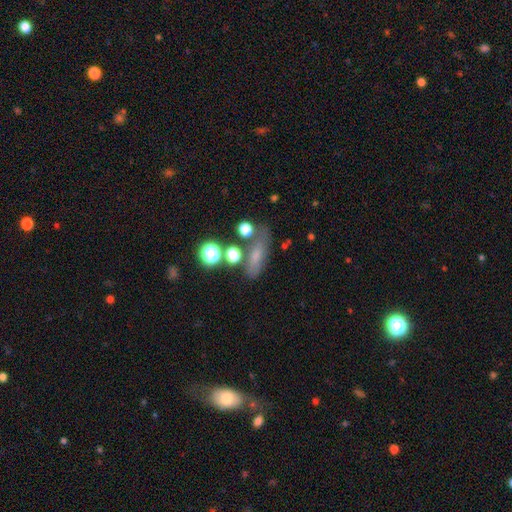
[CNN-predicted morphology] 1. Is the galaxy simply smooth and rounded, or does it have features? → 61% smooth, 22% featured or disk, 18% star or artifact.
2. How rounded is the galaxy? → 55% in between, 30% cigar-shaped, 15% round.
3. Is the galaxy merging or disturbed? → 59% none, 19% minor disturbance, 12% merger, 10% major disturbance.